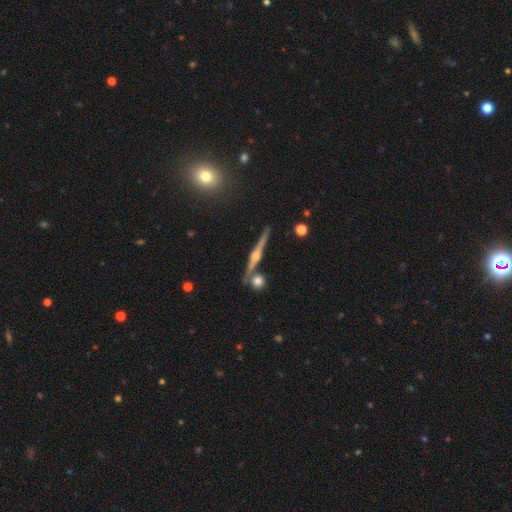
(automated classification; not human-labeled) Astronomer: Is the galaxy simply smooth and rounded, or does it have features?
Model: featured or disk — 78%.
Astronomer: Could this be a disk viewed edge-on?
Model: yes — 98%.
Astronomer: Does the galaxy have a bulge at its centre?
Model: rounded — 85%.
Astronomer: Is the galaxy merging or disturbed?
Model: none — 82%.